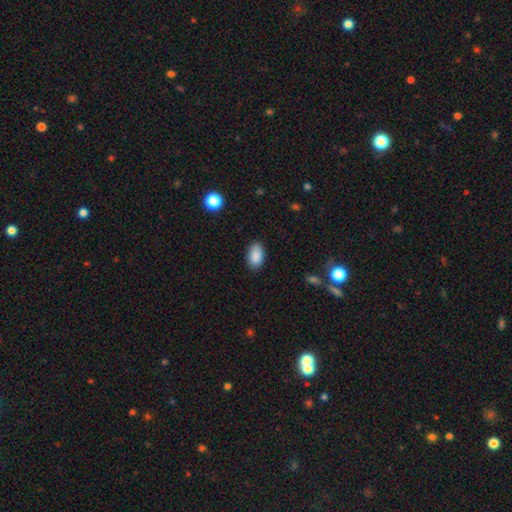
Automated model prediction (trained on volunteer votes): A smooth galaxy with no disk features (89%) that is in between round and cigar-shaped (93%). Merging: none (86%).